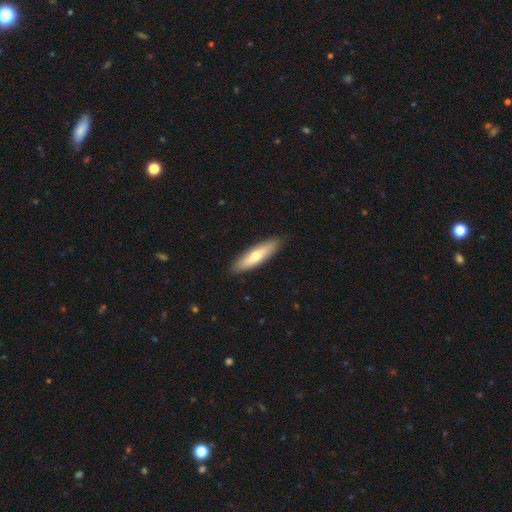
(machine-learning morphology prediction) type=smooth (59%); roundness=cigar-shaped (67%); merging=none (89%).